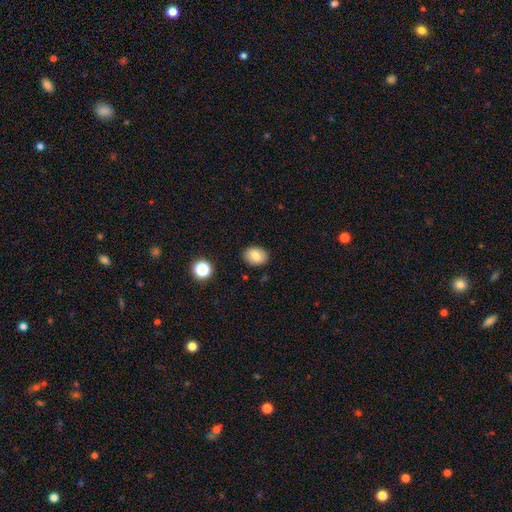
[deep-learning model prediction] smooth-or-featured: smooth: 83% | star or artifact: 9% | featured or disk: 8%
  how-rounded: in between: 65% | round: 34% | cigar-shaped: 1%
  merging: none: 87% | minor disturbance: 9% | major disturbance: 2% | merger: 2%